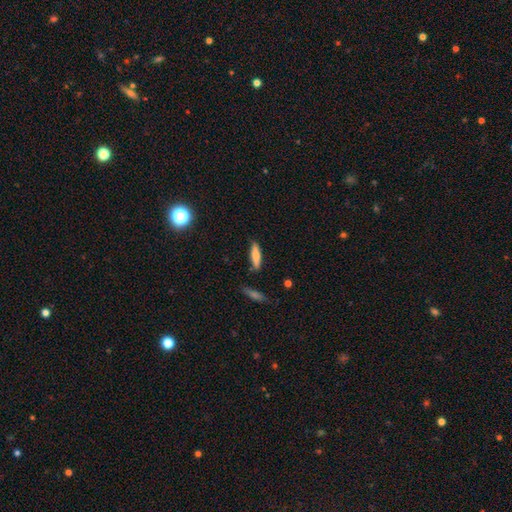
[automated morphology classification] A smooth galaxy with no disk features (70%) that is cigar-shaped (68%). Merging: none (81%).